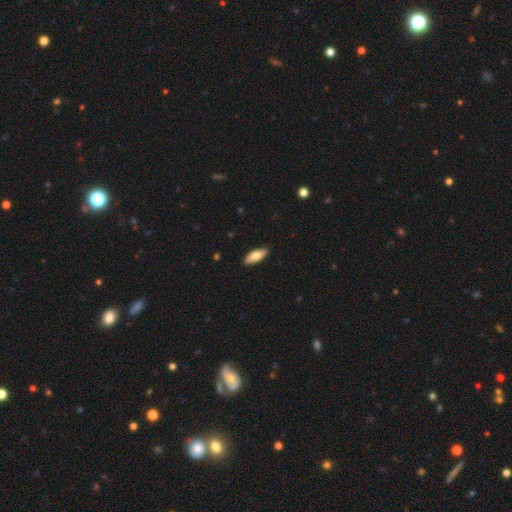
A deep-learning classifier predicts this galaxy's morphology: Q: Smooth or featured?
A: smooth (78%); runner-up: featured or disk (16%)
Q: How rounded?
A: in between (76%); runner-up: cigar-shaped (22%)
Q: Merging?
A: none (89%); runner-up: minor disturbance (8%)